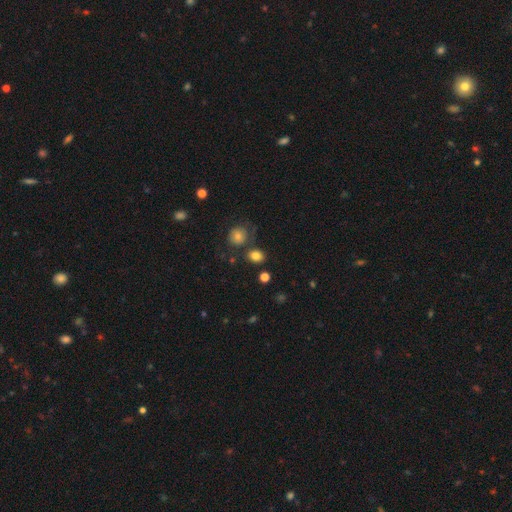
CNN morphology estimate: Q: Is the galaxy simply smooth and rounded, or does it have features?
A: smooth — 81%.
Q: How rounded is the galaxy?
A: round — 53%.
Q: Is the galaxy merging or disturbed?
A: none — 74%.